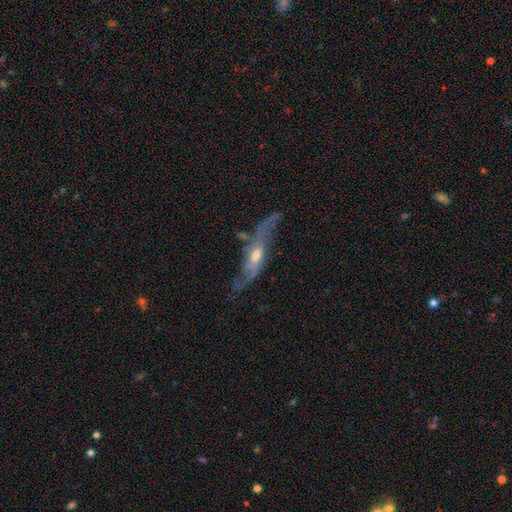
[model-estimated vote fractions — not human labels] This appears to be a featured or disk galaxy (78%) with no bar (57%), spiral arms (84%) and a moderate central bulge (66%). Merging: none (54%).